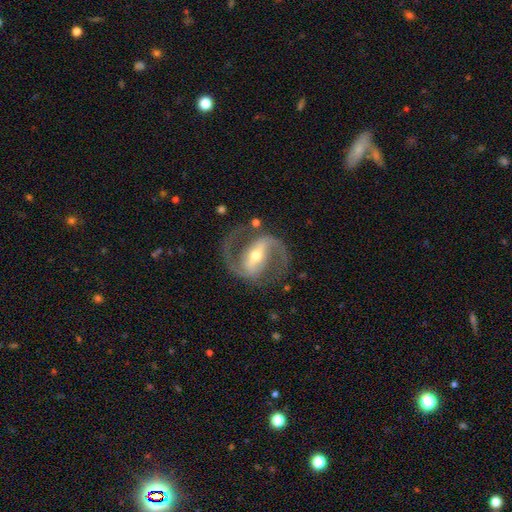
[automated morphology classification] Smooth or featured?
  - featured or disk: 92% *
  - star or artifact: 4%
  - smooth: 4%
Edge-on disk?
  - no: 97% *
  - yes: 3%
Bar?
  - strong: 62% *
  - weak: 28%
  - no: 10%
Spiral arms?
  - yes: 97% *
  - no: 3%
Spiral winding?
  - medium: 63% *
  - loose: 21%
  - tight: 16%
Spiral arm count?
  - 2: 94% *
  - can't tell: 2%
  - 1: 2%
  - 3: 1%
  - 4: 1%
  - more than 4: 1%
Bulge size?
  - moderate: 55% *
  - small: 39%
  - large: 4%
  - none: 1%
  - dominant: 1%
Merging?
  - none: 81% *
  - minor disturbance: 11%
  - major disturbance: 6%
  - merger: 2%